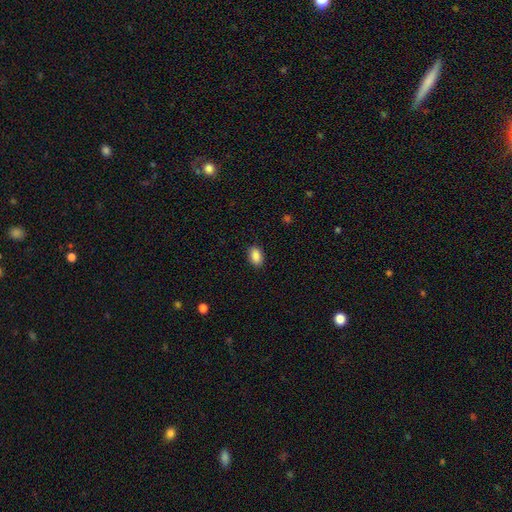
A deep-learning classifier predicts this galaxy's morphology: A smooth galaxy with no disk features (89%) that is in between round and cigar-shaped (88%). Merging: none (89%).